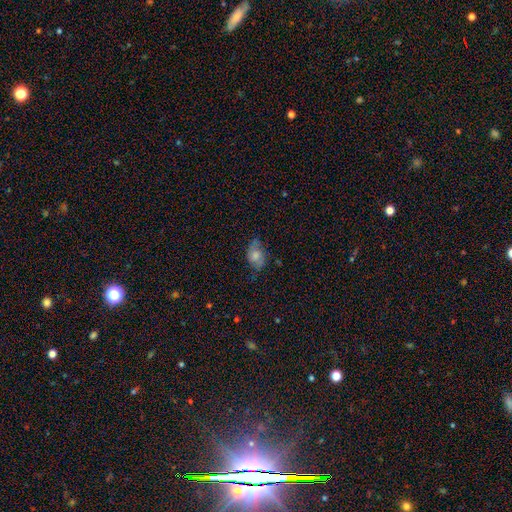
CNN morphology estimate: This is possibly a smooth galaxy (55%). How rounded: clearly in between (82%). Merging: likely none (60%).